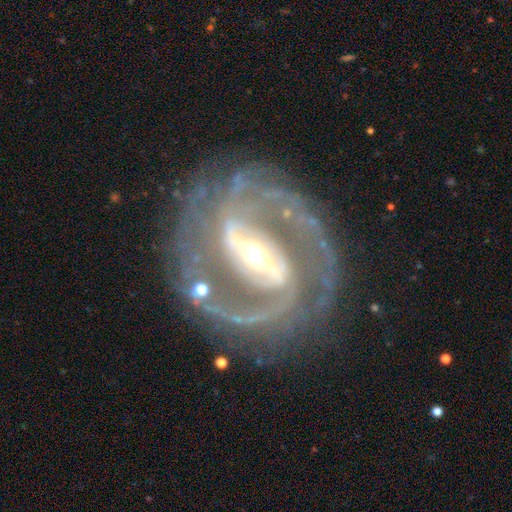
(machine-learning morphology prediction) Smooth or featured?
  - featured or disk: 93% *
  - star or artifact: 5%
  - smooth: 3%
Edge-on disk?
  - no: 96% *
  - yes: 4%
Bar?
  - strong: 70% *
  - weak: 23%
  - no: 6%
Spiral arms?
  - yes: 98% *
  - no: 2%
Spiral winding?
  - medium: 47% *
  - tight: 44%
  - loose: 9%
Spiral arm count?
  - 2: 75% *
  - 3: 10%
  - can't tell: 6%
  - 4: 4%
  - more than 4: 3%
  - 1: 3%
Bulge size?
  - moderate: 52% *
  - small: 40%
  - large: 7%
  - dominant: 1%
  - none: 1%
Merging?
  - none: 77% *
  - minor disturbance: 14%
  - major disturbance: 7%
  - merger: 2%